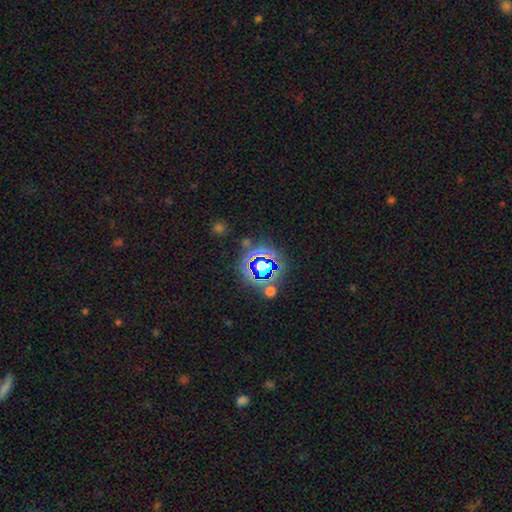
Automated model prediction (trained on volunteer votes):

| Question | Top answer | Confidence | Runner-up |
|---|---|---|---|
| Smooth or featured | star or artifact | 74% | smooth (17%) |